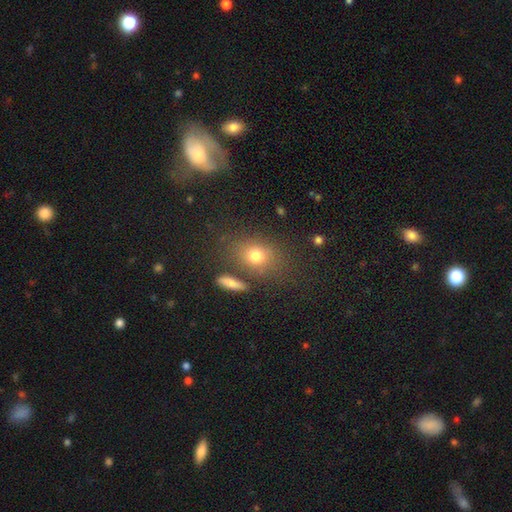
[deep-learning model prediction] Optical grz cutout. It shows a smooth galaxy with no disk features (74%) that is in between round and cigar-shaped (51%). Merging: none (72%).